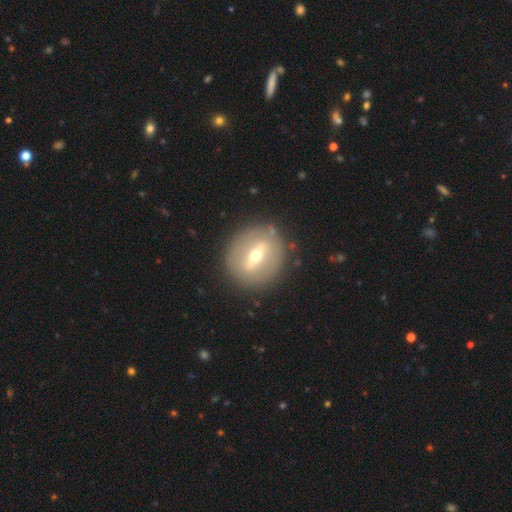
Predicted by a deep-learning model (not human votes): This appears to be a featured or disk galaxy (68%) with a strong bar (66%), no spiral arms (86%) and a moderate central bulge (58%). Merging: none (86%).